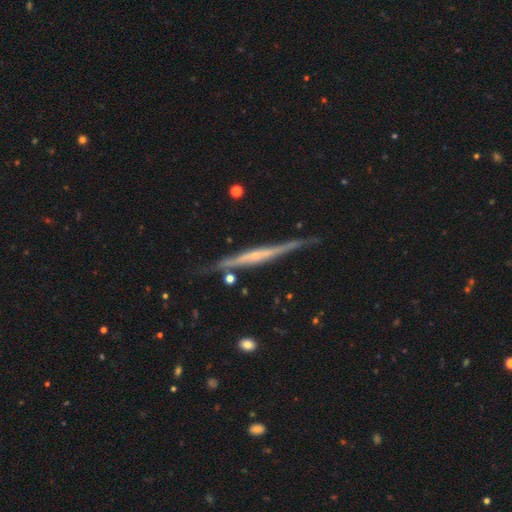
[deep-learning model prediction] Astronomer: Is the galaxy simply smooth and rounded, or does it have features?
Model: featured or disk — 78%.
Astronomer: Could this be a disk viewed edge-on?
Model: yes — 97%.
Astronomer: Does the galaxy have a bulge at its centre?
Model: rounded — 45% (runner-up: none, 44%).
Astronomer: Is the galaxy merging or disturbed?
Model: none — 79%.